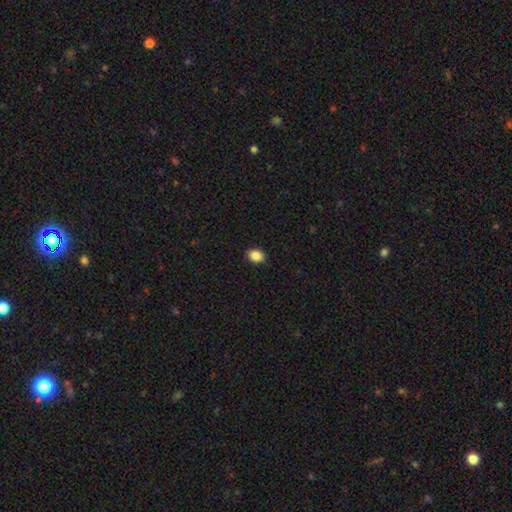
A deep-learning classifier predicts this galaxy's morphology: The model was most divided on "how rounded": in between: 61%, round: 38%, cigar-shaped: 1%. More confident: merging — none (90%); smooth or featured — smooth (87%).